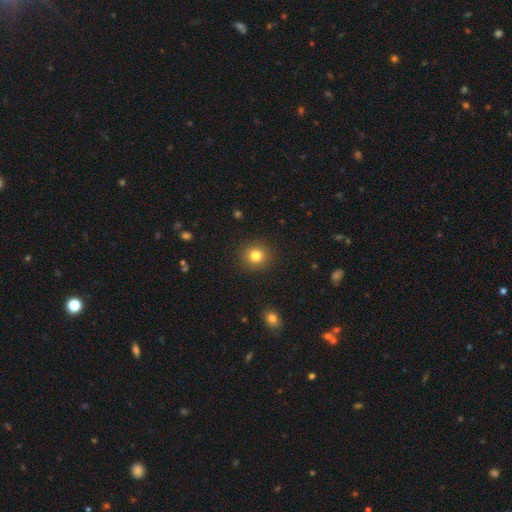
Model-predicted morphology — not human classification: Overall: smooth (81%). How rounded: round (89%). Merging: none (91%).